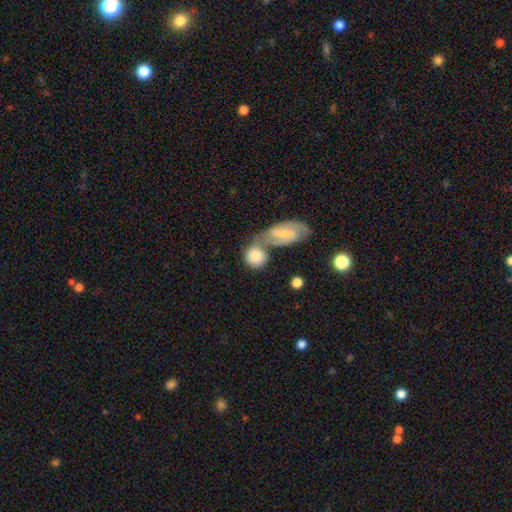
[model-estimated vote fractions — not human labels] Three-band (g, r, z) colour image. It shows a smooth galaxy with no disk features (73%) that is round (78%). Merging: merger (50%).